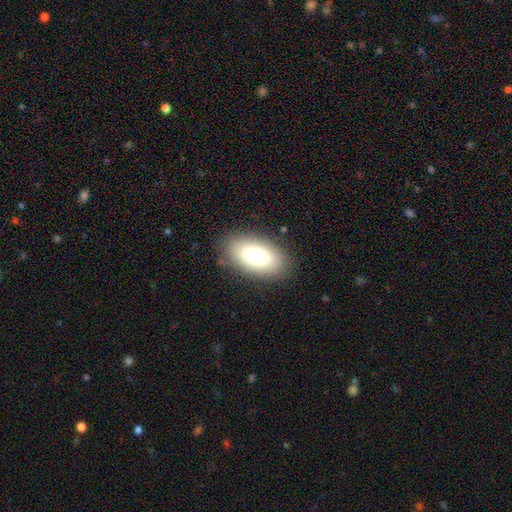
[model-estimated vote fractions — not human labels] smooth 78%, featured or disk 14%, star or artifact 8%. Down the decision tree: how rounded — in between (94%); merging — none (85%).